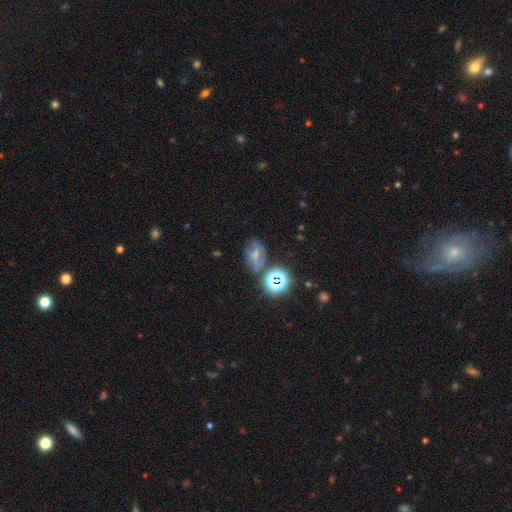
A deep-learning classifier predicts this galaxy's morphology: This appears to be a smooth galaxy with no disk features (45%). Merging: none (56%).